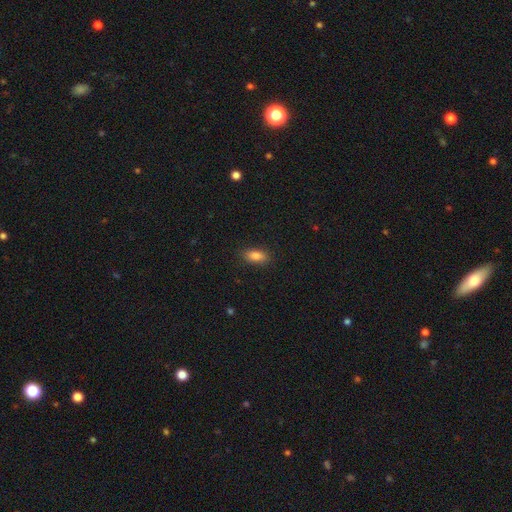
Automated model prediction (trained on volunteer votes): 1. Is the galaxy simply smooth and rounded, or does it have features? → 85% smooth, 8% star or artifact, 7% featured or disk.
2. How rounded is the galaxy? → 87% in between, 9% cigar-shaped, 4% round.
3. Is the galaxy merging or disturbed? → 87% none, 9% minor disturbance, 2% major disturbance, 1% merger.